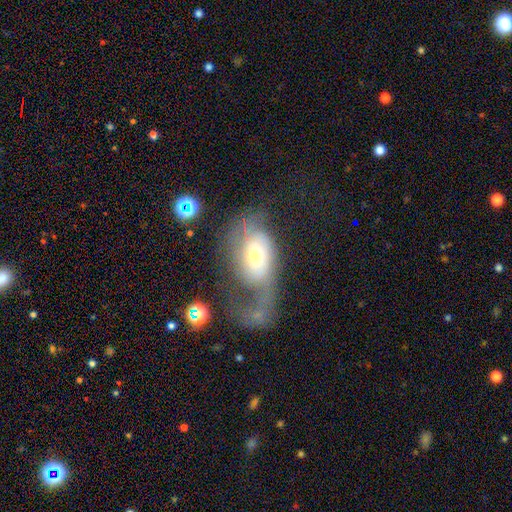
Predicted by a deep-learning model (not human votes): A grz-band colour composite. It shows a featured or disk galaxy (56%) with no bar (67%), spiral arms (66%) and a moderate central bulge (60%). Merging: major disturbance (59%).